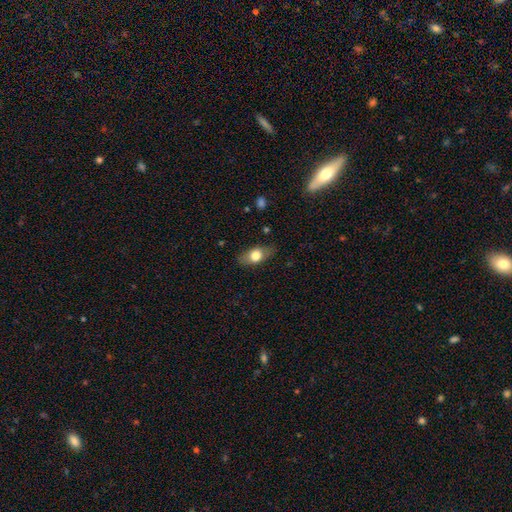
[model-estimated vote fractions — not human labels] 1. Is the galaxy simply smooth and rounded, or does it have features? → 70% smooth, 23% featured or disk, 7% star or artifact.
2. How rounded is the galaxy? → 83% in between, 9% round, 8% cigar-shaped.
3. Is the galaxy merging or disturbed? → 80% none, 15% minor disturbance, 4% major disturbance, 1% merger.